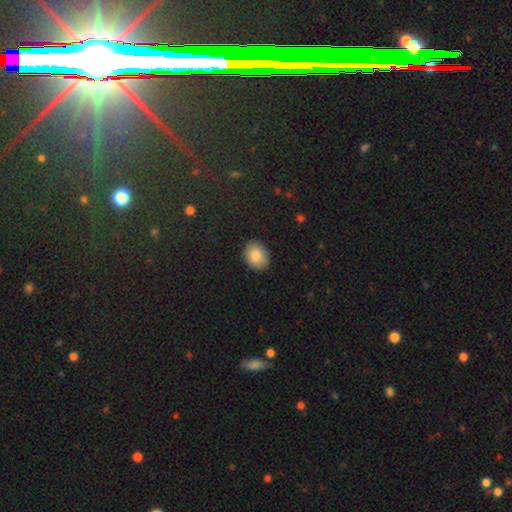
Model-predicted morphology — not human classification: smooth 87%, star or artifact 8%, featured or disk 6%. Down the decision tree: how rounded — in between (53%); merging — none (89%).